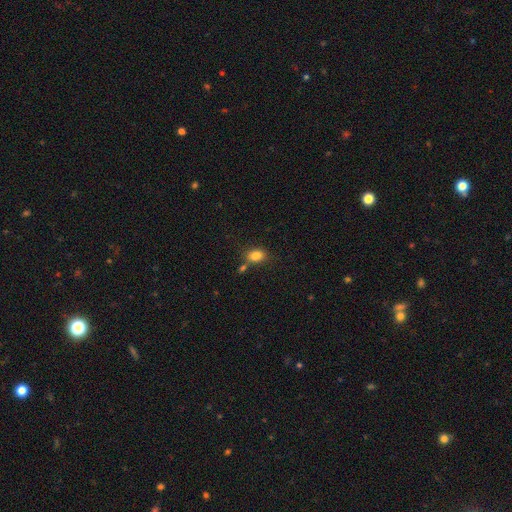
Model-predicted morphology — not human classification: smooth 83%, star or artifact 10%, featured or disk 7%. Down the decision tree: how rounded — in between (73%); merging — none (67%).